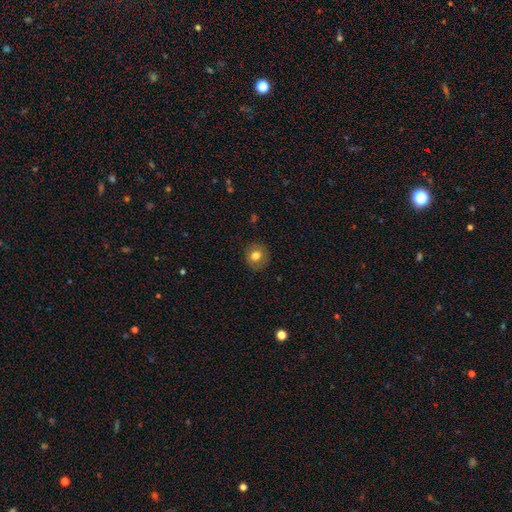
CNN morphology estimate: A smooth galaxy with no disk features (76%) that is round (86%). Merging: none (88%).